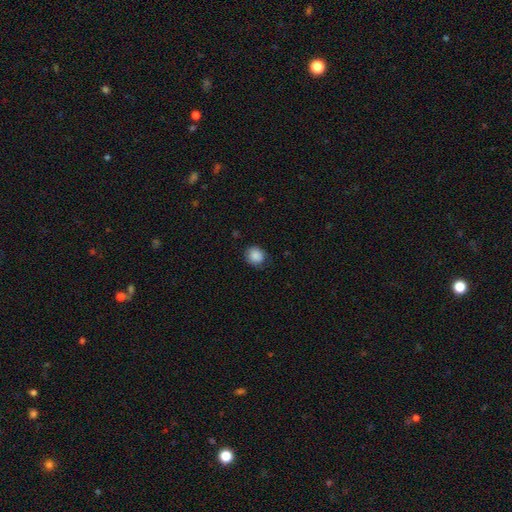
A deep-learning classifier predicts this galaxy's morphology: Smooth or featured? Predicted: smooth (p=0.87). How rounded? Predicted: round (p=0.82). Merging? Predicted: none (p=0.76).